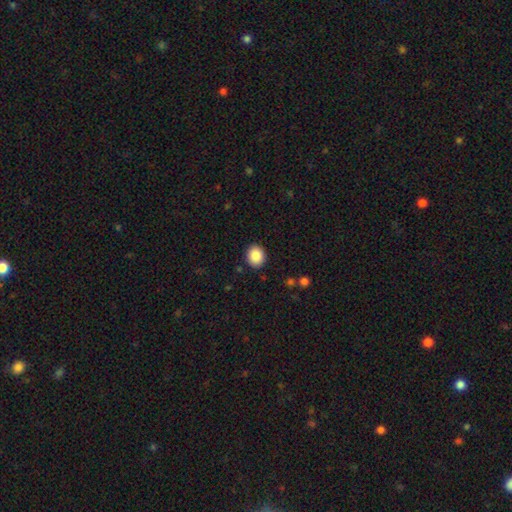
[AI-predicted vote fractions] Q: Smooth or featured?
A: smooth (88%); runner-up: star or artifact (8%)
Q: How rounded?
A: round (63%); runner-up: in between (36%)
Q: Merging?
A: none (90%); runner-up: minor disturbance (7%)